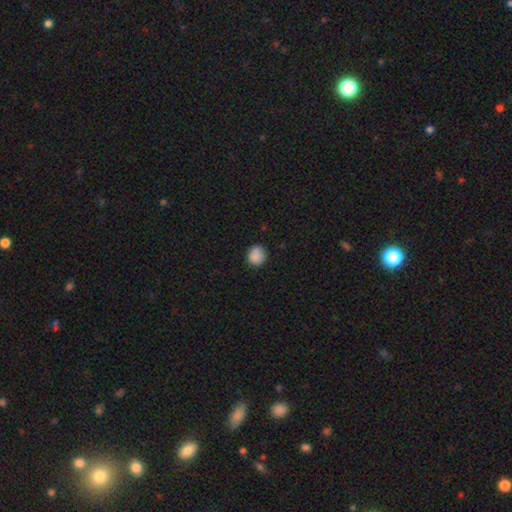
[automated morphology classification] smooth-or-featured: smooth: 88% | star or artifact: 9% | featured or disk: 3%
  how-rounded: round: 85% | in between: 14% | cigar-shaped: 1%
  merging: none: 85% | minor disturbance: 11% | major disturbance: 2% | merger: 1%